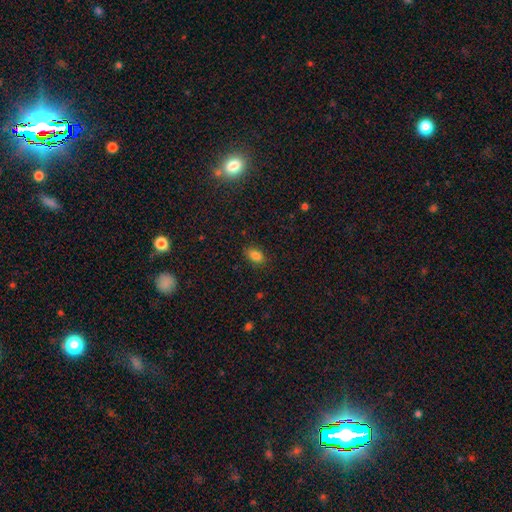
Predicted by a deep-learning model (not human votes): smooth 84%, star or artifact 11%, featured or disk 5%. Down the decision tree: how rounded — in between (87%); merging — none (86%).